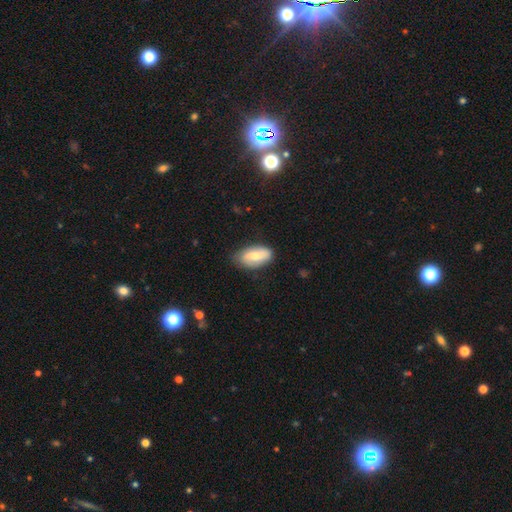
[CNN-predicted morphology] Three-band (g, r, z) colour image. It shows a smooth galaxy with no disk features (65%) that is in between round and cigar-shaped (92%). Merging: none (75%).